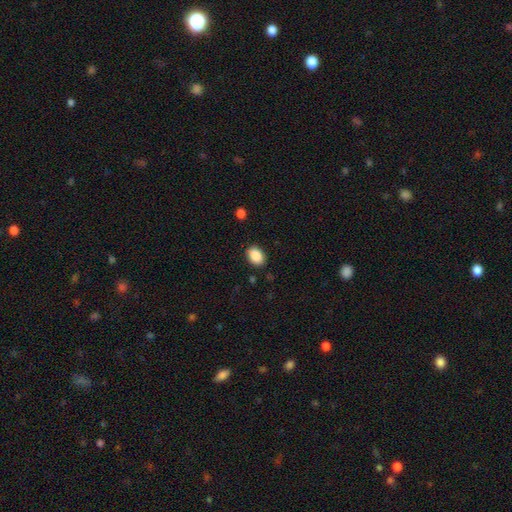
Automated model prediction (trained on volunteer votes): smooth 89%, star or artifact 8%, featured or disk 3%. Down the decision tree: how rounded — in between (77%); merging — none (87%).